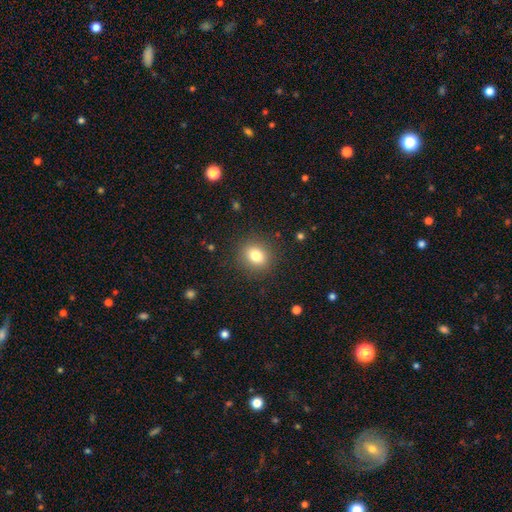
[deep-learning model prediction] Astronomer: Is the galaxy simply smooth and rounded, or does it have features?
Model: smooth — 81%.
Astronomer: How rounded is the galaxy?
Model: round — 72%.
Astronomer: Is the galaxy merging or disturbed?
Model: none — 88%.